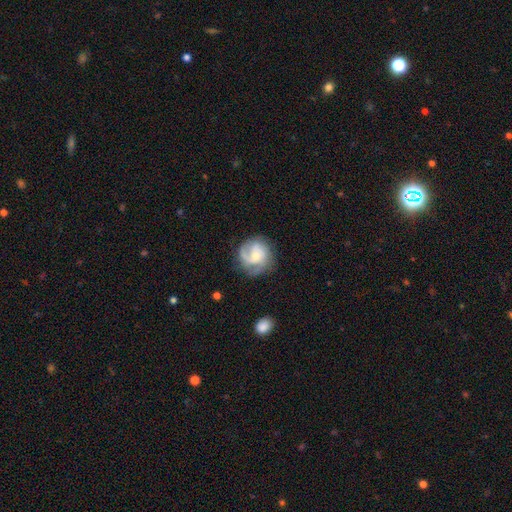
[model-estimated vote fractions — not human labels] smooth-or-featured: featured or disk: 72% | smooth: 21% | star or artifact: 6%
  disk-edge-on: no: 98% | yes: 2%
    bar: no: 66% | weak: 29% | strong: 5%
    has-spiral-arms: yes: 93% | no: 7%
      spiral-winding: medium: 43% | tight: 37% | loose: 20%
      spiral-arm-count: 2: 39% | 3: 20% | 1: 17% | can't tell: 16% | 4: 4% | more than 4: 3%
    bulge-size: small: 53% | moderate: 40% | none: 3% | large: 3% | dominant: 1%
  merging: none: 68% | minor disturbance: 19% | major disturbance: 10% | merger: 2%